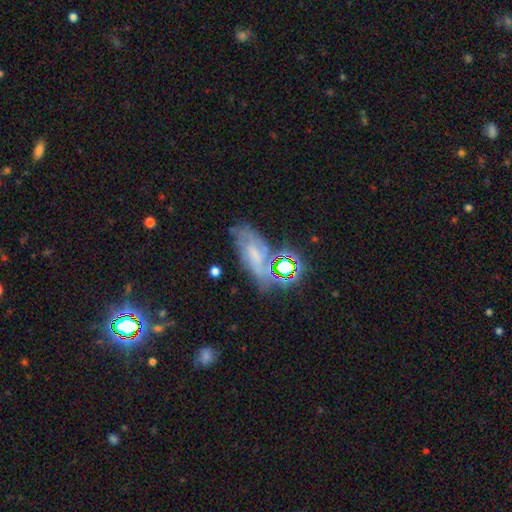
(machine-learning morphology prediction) Smooth or featured: featured or disk — 51% (smooth — 25%)
Edge-on disk: no — 88% (yes — 12%)
Merging: none — 57% (minor disturbance — 21%)